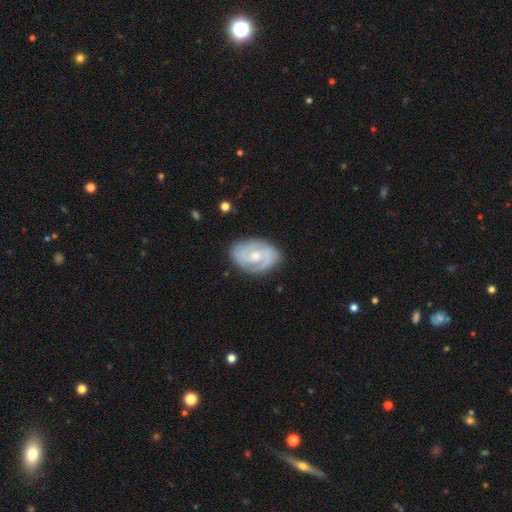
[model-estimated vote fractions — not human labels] A featured or disk galaxy (82%) with no bar (55%), 2 (64%) tight (53%) spiral arms (94%) and a moderate central bulge (54%).

Vote fractions:
- Smooth or featured? featured or disk: 82% / smooth: 13% / star or artifact: 5%
- Edge-on disk? no: 97% / yes: 3%
- Bar? no: 55% / weak: 38% / strong: 7%
- Spiral arms? yes: 94% / no: 6%
- Spiral winding? tight: 53% / medium: 37% / loose: 9%
- Spiral arm count? 2: 64% / can't tell: 15% / 3: 13% / 1: 3% / 4: 3% / more than 4: 2%
- Bulge size? moderate: 54% / small: 39% / none: 3% / large: 3% / dominant: 1%
- Merging? none: 80% / minor disturbance: 15% / major disturbance: 4% / merger: 1%